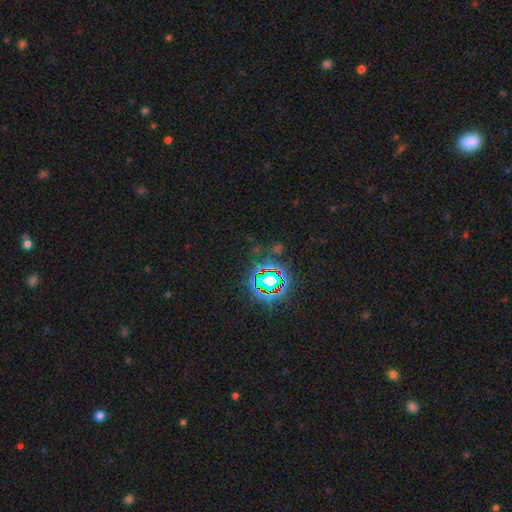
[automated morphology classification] This appears to be a star or artifact, not a galaxy (79%).